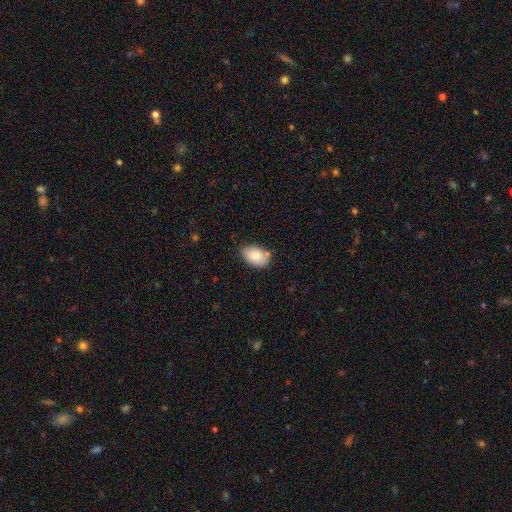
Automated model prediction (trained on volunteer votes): Morphology: type=smooth (82%); roundness=in between (88%); merging=none (67%).